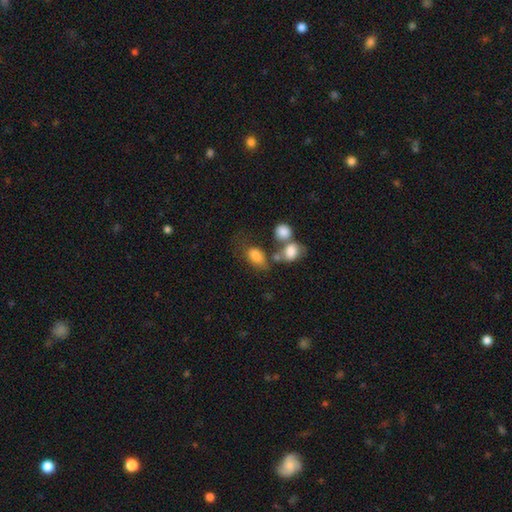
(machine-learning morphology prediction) A smooth galaxy with no disk features (81%) that is in between round and cigar-shaped (79%).

Vote fractions:
- Smooth or featured? smooth: 81% / featured or disk: 10% / star or artifact: 9%
- How rounded? in between: 79% / round: 19% / cigar-shaped: 2%
- Merging? none: 37% / merger: 30% / minor disturbance: 18% / major disturbance: 15%